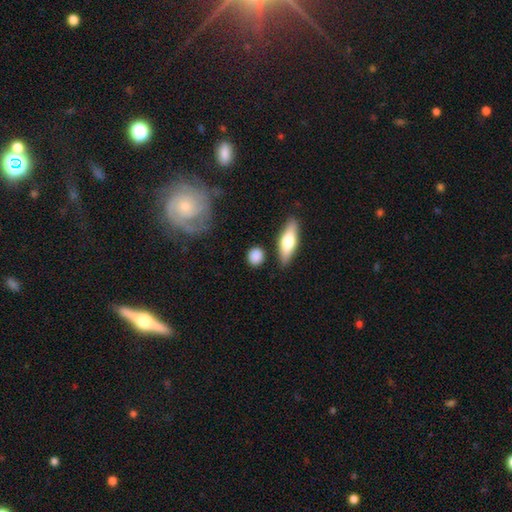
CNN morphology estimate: smooth_or_featured: smooth (p=0.83) [alt: featured or disk p=0.10]
how_rounded: round (p=0.68) [alt: in between p=0.24]
merging: none (p=0.81) [alt: minor disturbance p=0.11]